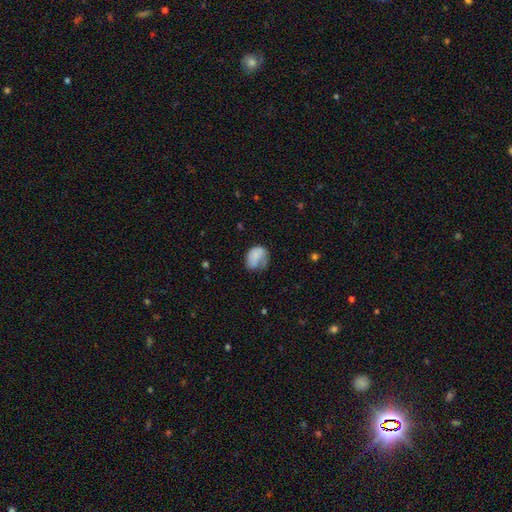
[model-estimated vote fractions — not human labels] Morphology: type=smooth (71%); roundness=in between (58%); merging=none (35%).